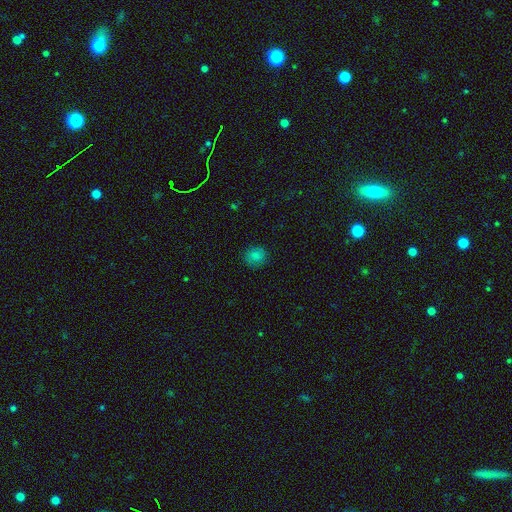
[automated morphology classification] smooth 81%, star or artifact 13%, featured or disk 6%. Down the decision tree: how rounded — round (87%); merging — none (86%).